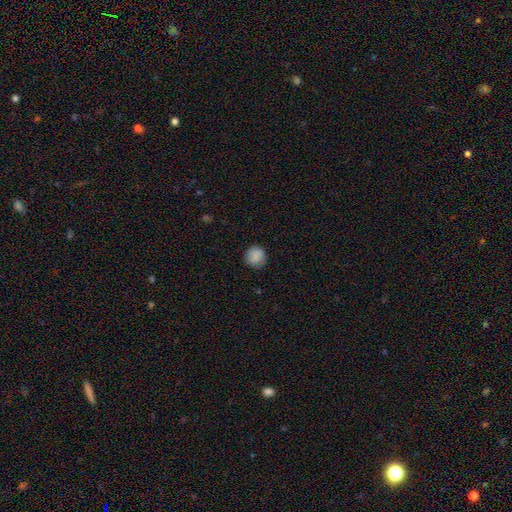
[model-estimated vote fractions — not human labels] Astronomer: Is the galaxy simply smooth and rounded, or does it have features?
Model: smooth — 86%.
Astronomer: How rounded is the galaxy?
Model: round — 91%.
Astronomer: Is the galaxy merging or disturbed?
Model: none — 86%.